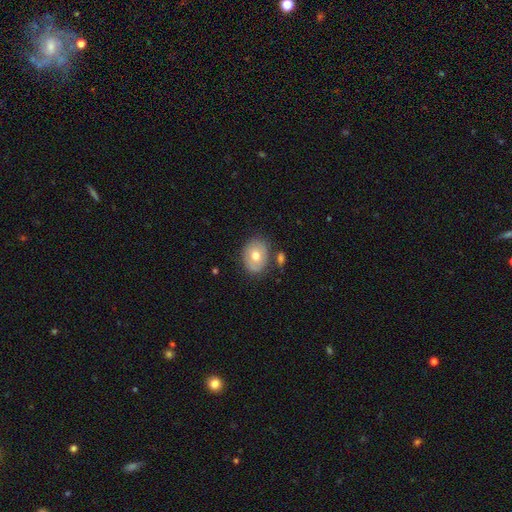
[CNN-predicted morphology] Smooth or featured?
  - smooth: 64% *
  - featured or disk: 28%
  - star or artifact: 8%
How rounded?
  - in between: 59% *
  - round: 40%
  - cigar-shaped: 1%
Merging?
  - none: 71% *
  - minor disturbance: 16%
  - merger: 8%
  - major disturbance: 4%